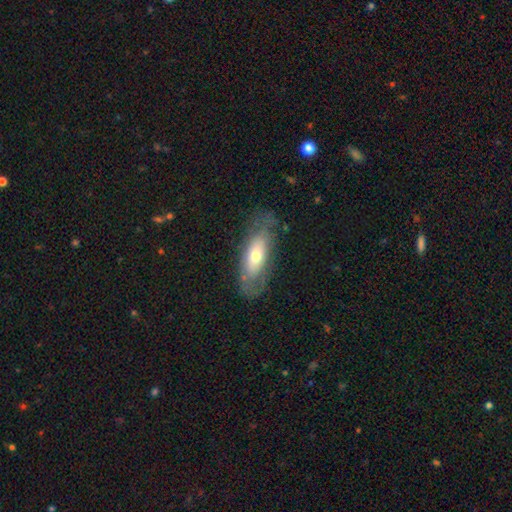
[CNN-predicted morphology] Smooth or featured? Predicted: smooth (p=0.51). How rounded? Predicted: in between (p=0.74). Merging? Predicted: none (p=0.69).